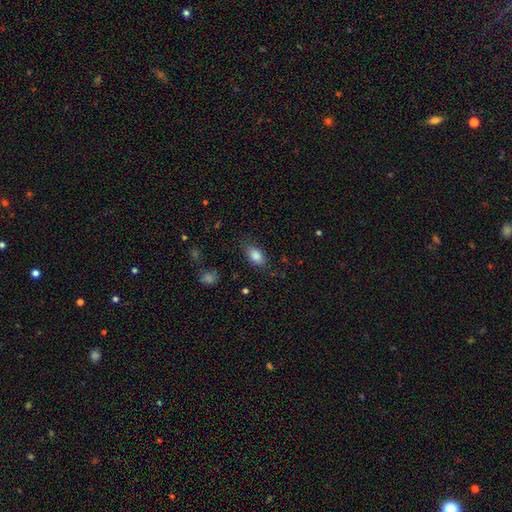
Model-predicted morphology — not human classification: type=smooth (86%); roundness=in between (90%); merging=none (80%).